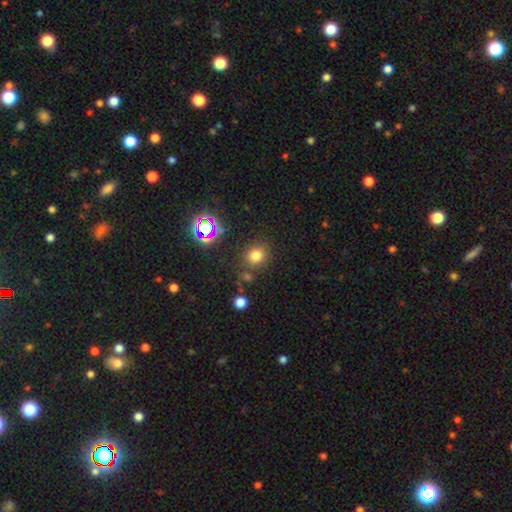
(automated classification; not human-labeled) Smooth or featured? smooth (73%)
How rounded? round (78%)
Merging? none (79%)